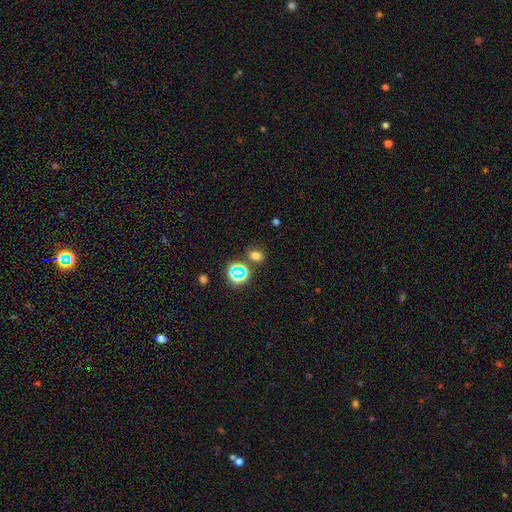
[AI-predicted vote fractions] Smooth or featured?
  - smooth: 67% *
  - star or artifact: 26%
  - featured or disk: 7%
How rounded?
  - in between: 52% *
  - round: 47%
  - cigar-shaped: 1%
Merging?
  - none: 78% *
  - minor disturbance: 10%
  - merger: 9%
  - major disturbance: 3%